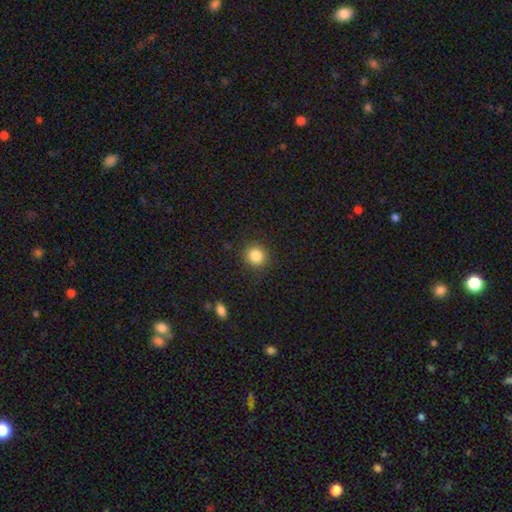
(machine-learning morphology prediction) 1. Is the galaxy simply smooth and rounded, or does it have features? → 85% smooth, 11% star or artifact, 5% featured or disk.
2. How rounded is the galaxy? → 91% round, 8% in between, 1% cigar-shaped.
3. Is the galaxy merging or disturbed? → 89% none, 7% minor disturbance, 2% major disturbance, 1% merger.